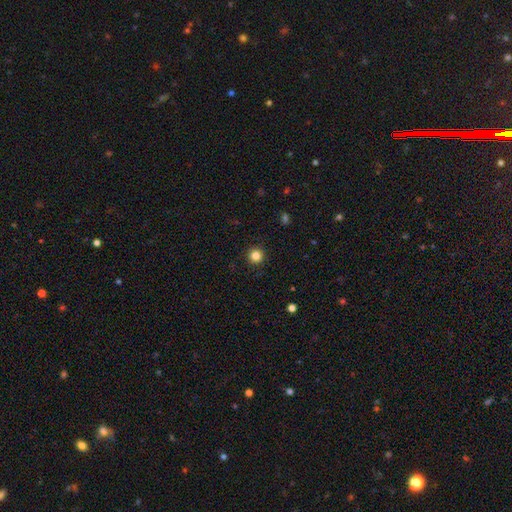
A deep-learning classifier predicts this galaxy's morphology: Smooth or featured?
  - smooth: 83% *
  - star or artifact: 12%
  - featured or disk: 4%
How rounded?
  - round: 96% *
  - in between: 3%
  - cigar-shaped: 1%
Merging?
  - none: 92% *
  - minor disturbance: 5%
  - major disturbance: 2%
  - merger: 1%